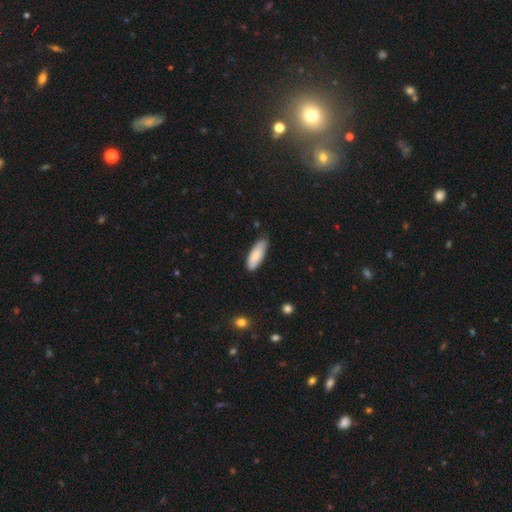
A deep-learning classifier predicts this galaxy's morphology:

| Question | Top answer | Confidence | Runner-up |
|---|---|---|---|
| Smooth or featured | smooth | 78% | featured or disk (16%) |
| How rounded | in between | 69% | cigar-shaped (30%) |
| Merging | none | 72% | minor disturbance (24%) |